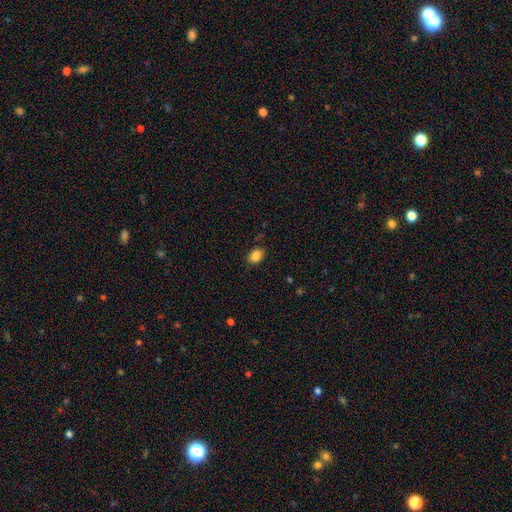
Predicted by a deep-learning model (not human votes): Smooth or featured? Predicted: smooth (p=0.86). How rounded? Predicted: in between (p=0.82). Merging? Predicted: none (p=0.84).